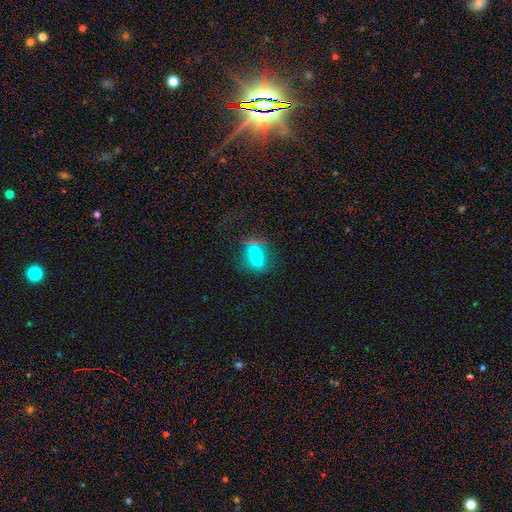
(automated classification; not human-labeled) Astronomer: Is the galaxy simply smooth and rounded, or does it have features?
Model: smooth — 69%.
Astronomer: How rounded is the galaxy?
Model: in between — 61%.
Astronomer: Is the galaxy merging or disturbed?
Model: none — 58%.